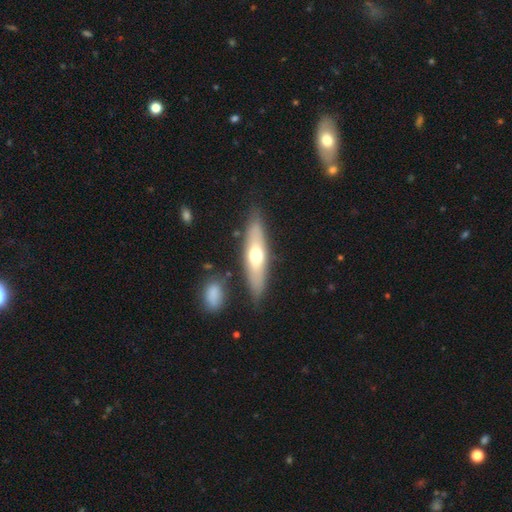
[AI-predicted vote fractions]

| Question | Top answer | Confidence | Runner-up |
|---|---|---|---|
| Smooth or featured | smooth | 53% | featured or disk (42%) |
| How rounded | cigar-shaped | 67% | in between (31%) |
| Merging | none | 82% | minor disturbance (11%) |